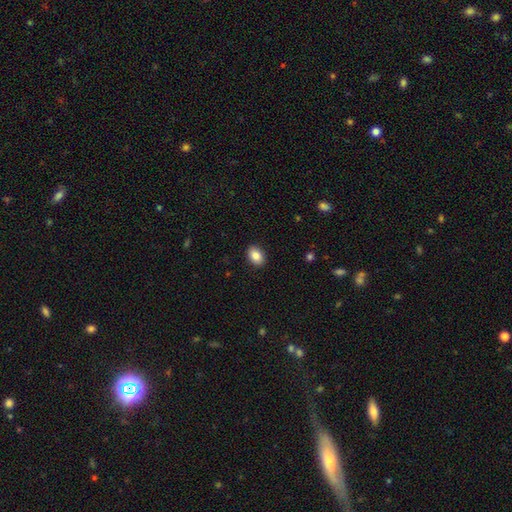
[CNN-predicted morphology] A smooth galaxy with no disk features (85%) that is in between round and cigar-shaped (78%).

Vote fractions:
- Smooth or featured? smooth: 85% / star or artifact: 8% / featured or disk: 7%
- How rounded? in between: 78% / round: 20% / cigar-shaped: 1%
- Merging? none: 90% / minor disturbance: 7% / major disturbance: 2% / merger: 1%